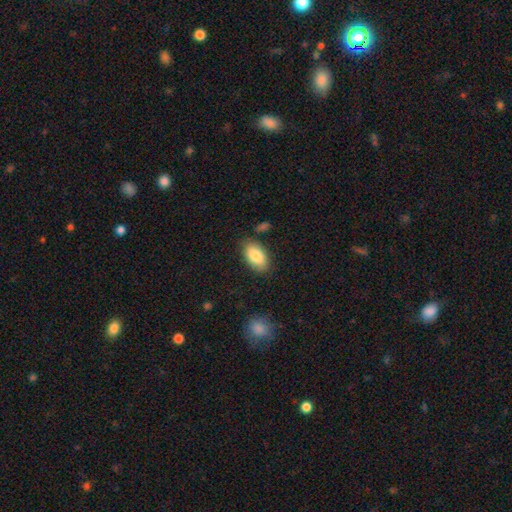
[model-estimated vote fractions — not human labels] A smooth galaxy with no disk features (85%) that is in between round and cigar-shaped (94%).

Vote fractions:
- Smooth or featured? smooth: 85% / featured or disk: 8% / star or artifact: 6%
- How rounded? in between: 94% / round: 4% / cigar-shaped: 2%
- Merging? none: 80% / minor disturbance: 14% / major disturbance: 3% / merger: 3%